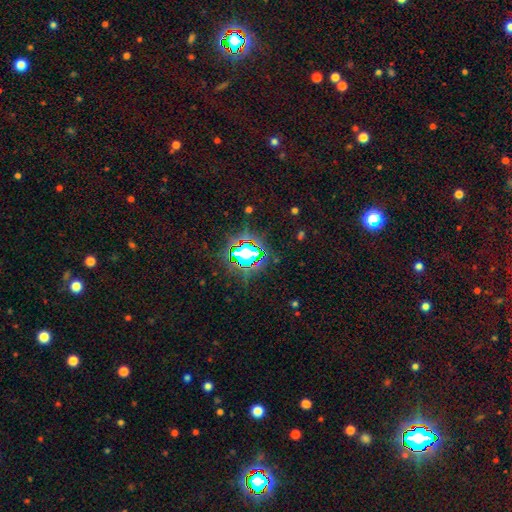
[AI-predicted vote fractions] Smooth or featured? Predicted: star or artifact (p=0.82).